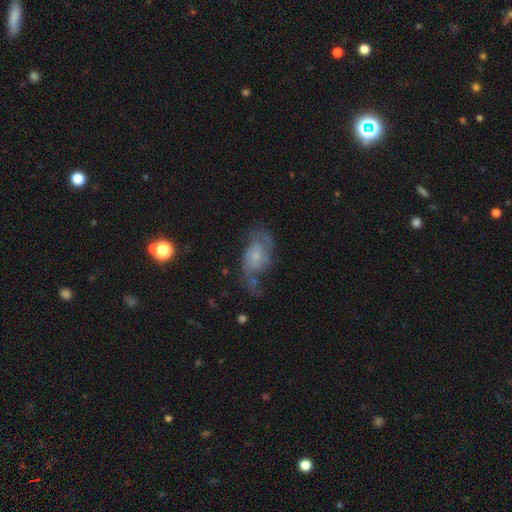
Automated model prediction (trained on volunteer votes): This is likely a featured or disk galaxy (66%). It is clearly not viewed edge-on (96%). Bar: likely no (63%). Spiral arm pattern: clearly yes (84%). Spiral arm count: likely 2 (70%). Spiral winding: marginally medium (42%). Central bulge: likely small (61%). Merging: marginally none (41%).